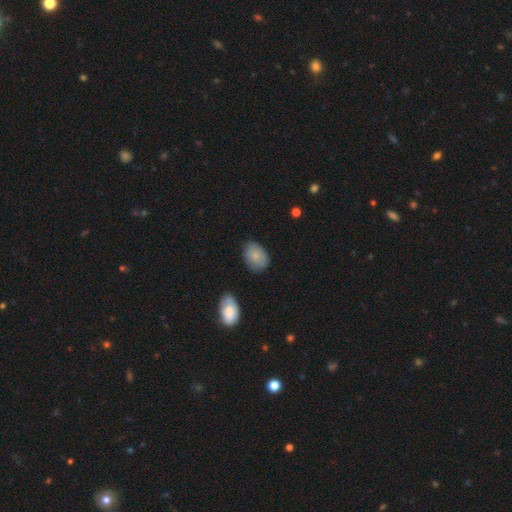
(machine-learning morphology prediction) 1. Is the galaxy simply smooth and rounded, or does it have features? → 80% smooth, 13% featured or disk, 7% star or artifact.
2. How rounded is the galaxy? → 80% in between, 19% round, 1% cigar-shaped.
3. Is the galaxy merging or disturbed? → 72% none, 21% minor disturbance, 4% major disturbance, 2% merger.